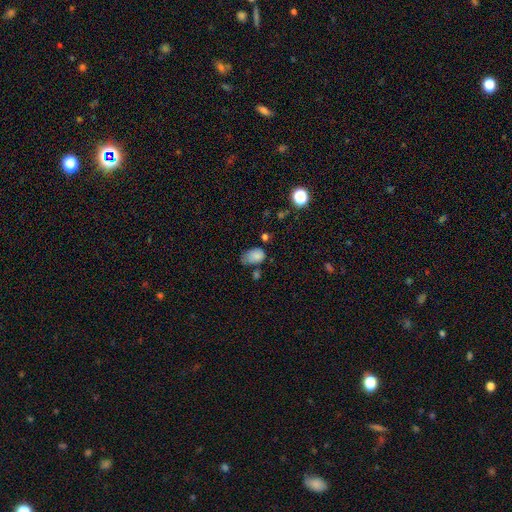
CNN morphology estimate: type=smooth (81%); roundness=in between (84%); merging=none (40%).